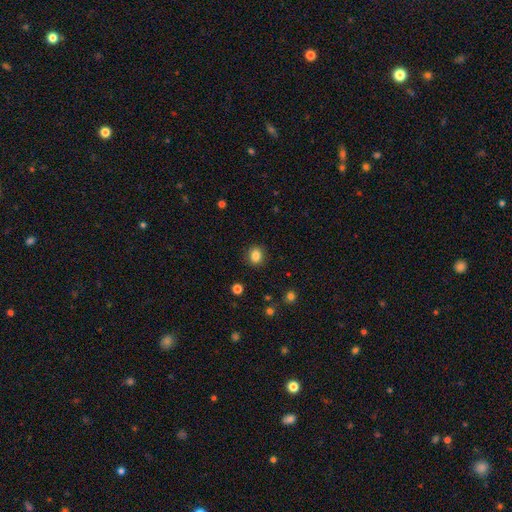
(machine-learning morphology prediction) Q: Smooth or featured?
A: smooth (85%); runner-up: star or artifact (11%)
Q: How rounded?
A: round (66%); runner-up: in between (33%)
Q: Merging?
A: none (89%); runner-up: minor disturbance (7%)